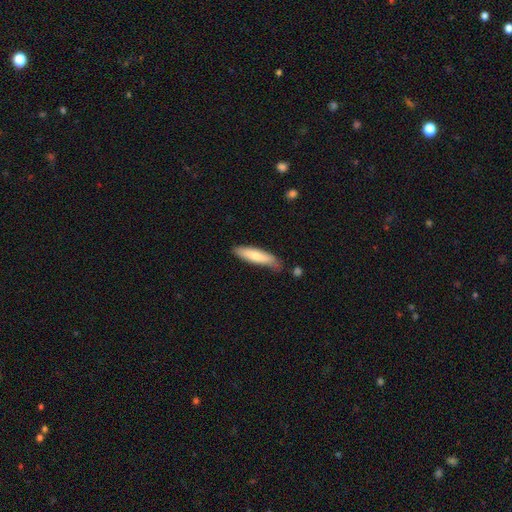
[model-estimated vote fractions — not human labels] This is likely a smooth galaxy (75%). How rounded: likely cigar-shaped (74%). Merging: likely none (68%).